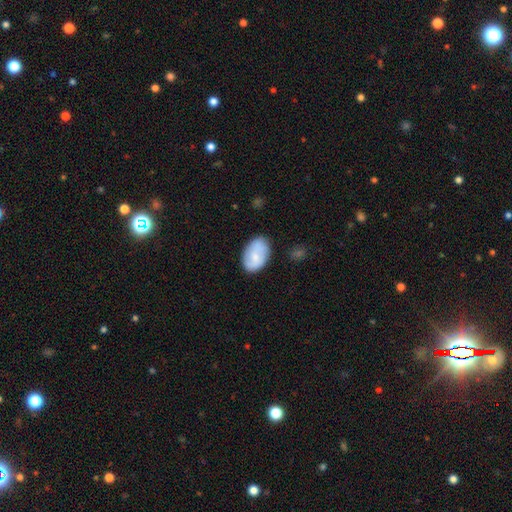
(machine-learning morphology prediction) smooth_or_featured: smooth (p=0.64) [alt: featured or disk p=0.30]
how_rounded: in between (p=0.89) [alt: round p=0.10]
merging: none (p=0.76) [alt: minor disturbance p=0.18]